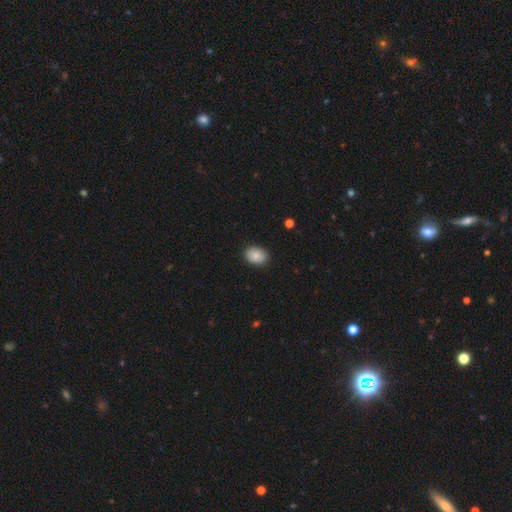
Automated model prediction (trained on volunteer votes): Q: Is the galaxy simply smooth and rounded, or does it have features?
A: smooth — 86%.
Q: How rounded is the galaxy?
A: in between — 76%.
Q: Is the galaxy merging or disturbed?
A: none — 89%.